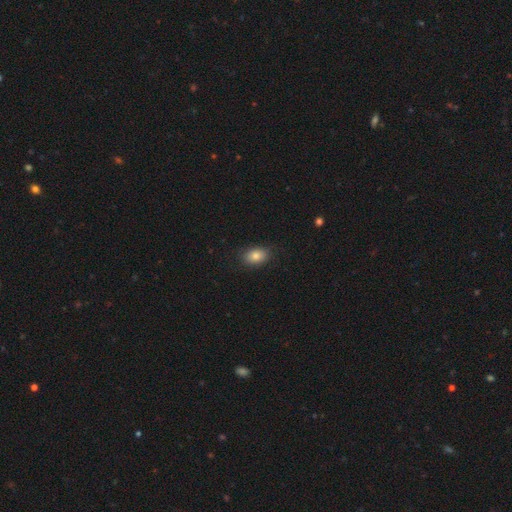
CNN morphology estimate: Q: Smooth or featured?
A: smooth (82%); runner-up: star or artifact (9%)
Q: How rounded?
A: in between (84%); runner-up: round (15%)
Q: Merging?
A: none (85%); runner-up: minor disturbance (11%)